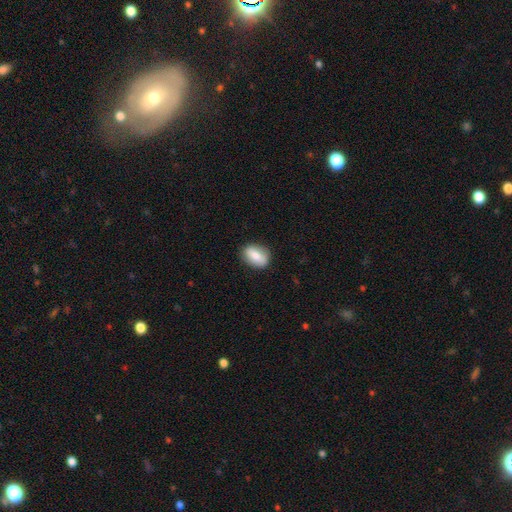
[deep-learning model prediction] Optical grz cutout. It shows a smooth galaxy with no disk features (75%) that is in between round and cigar-shaped (77%). Merging: none (84%).